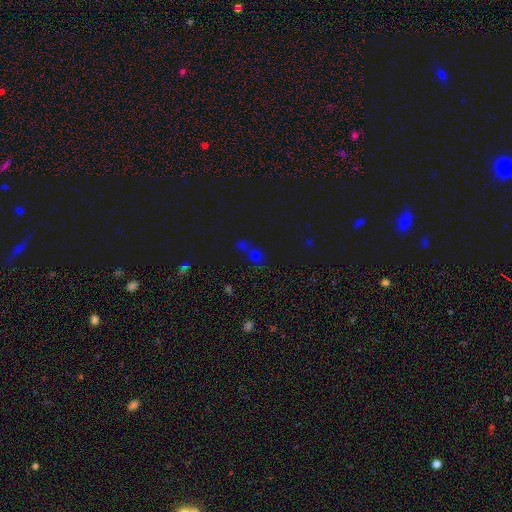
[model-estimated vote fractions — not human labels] Smooth or featured? smooth (49%)
Merging? merger (46%)